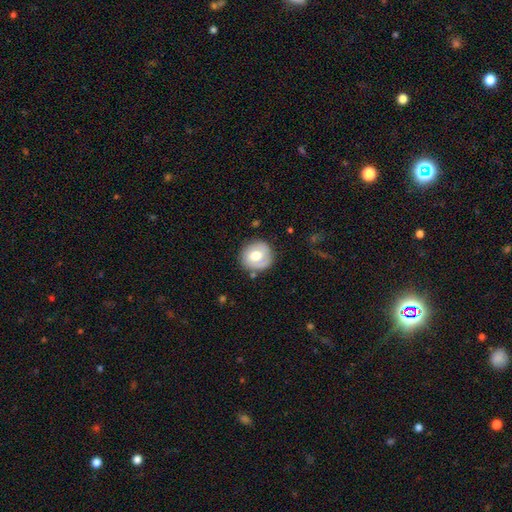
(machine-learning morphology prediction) The model was most divided on "smooth or featured": smooth: 60%, featured or disk: 33%, star or artifact: 7%. More confident: how rounded — round (87%); merging — none (79%).